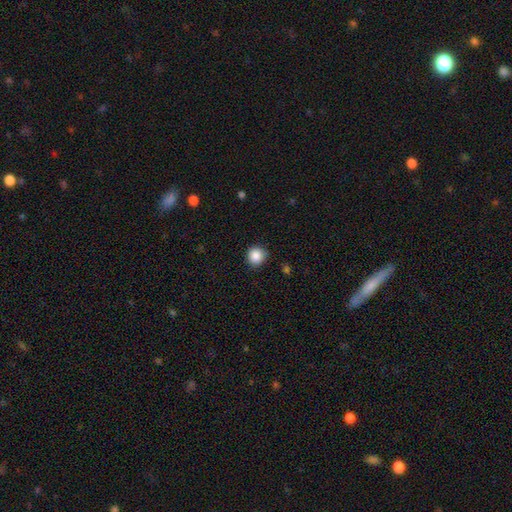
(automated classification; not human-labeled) smooth_or_featured: smooth (p=0.87) [alt: star or artifact p=0.09]
how_rounded: round (p=0.92) [alt: in between p=0.07]
merging: none (p=0.85) [alt: minor disturbance p=0.12]